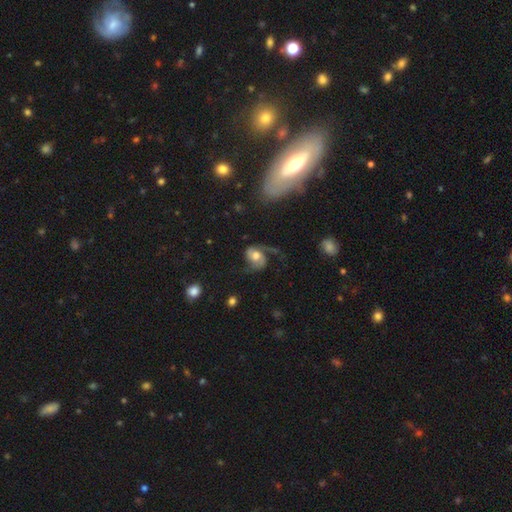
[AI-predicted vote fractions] featured or disk 77%, smooth 16%, star or artifact 7%. Down the decision tree: edge-on disk — no (98%); bar — no (64%); spiral arms — yes (94%); spiral arm count — 2 (84%); spiral winding — loose (46%); bulge size — moderate (62%); merging — none (54%).